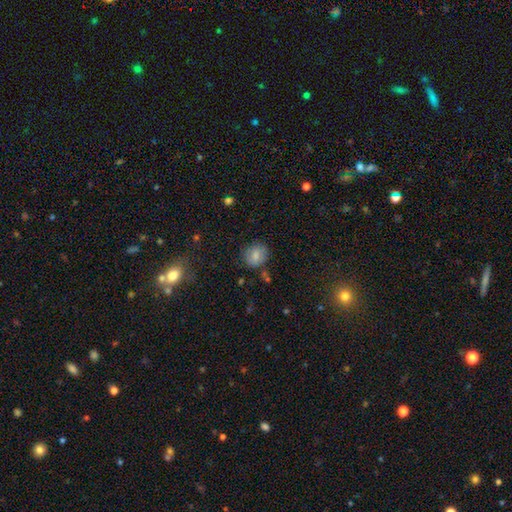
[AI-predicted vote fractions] A smooth galaxy with no disk features (78%) that is round (66%).

Vote fractions:
- Smooth or featured? smooth: 78% / featured or disk: 12% / star or artifact: 10%
- How rounded? round: 66% / in between: 33% / cigar-shaped: 1%
- Merging? none: 76% / minor disturbance: 16% / major disturbance: 4% / merger: 3%